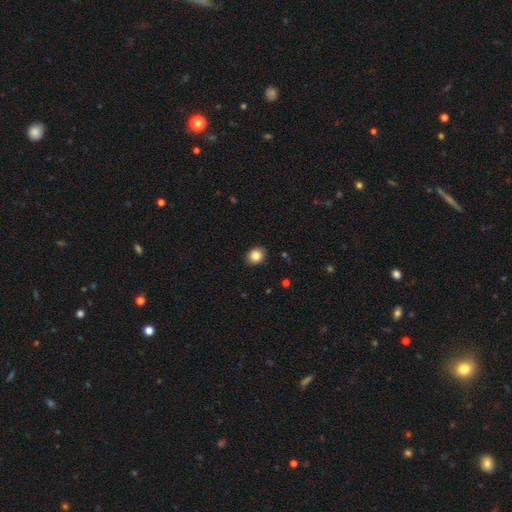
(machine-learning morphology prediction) A smooth galaxy with no disk features (85%) that is round (56%).

Vote fractions:
- Smooth or featured? smooth: 85% / star or artifact: 9% / featured or disk: 6%
- How rounded? round: 56% / in between: 43% / cigar-shaped: 1%
- Merging? none: 90% / minor disturbance: 7% / major disturbance: 2% / merger: 1%